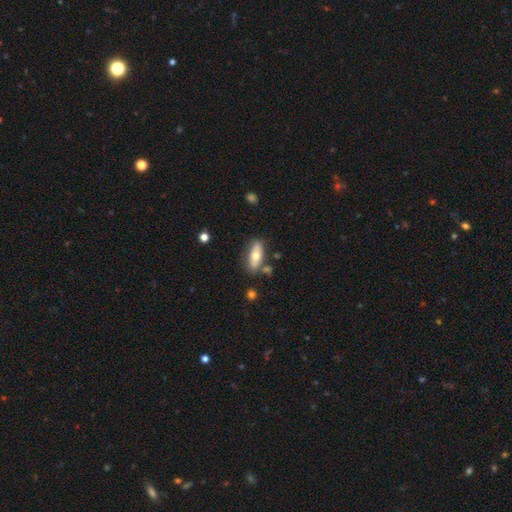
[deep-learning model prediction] Smooth or featured?
  - smooth: 65% *
  - featured or disk: 29%
  - star or artifact: 6%
How rounded?
  - in between: 75% *
  - cigar-shaped: 22%
  - round: 3%
Merging?
  - none: 74% *
  - minor disturbance: 15%
  - merger: 7%
  - major disturbance: 4%